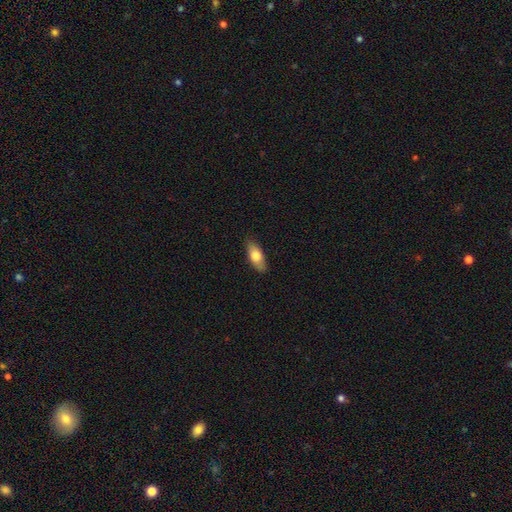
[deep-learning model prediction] smooth_or_featured: smooth (p=0.74) [alt: featured or disk p=0.20]
how_rounded: in between (p=0.82) [alt: cigar-shaped p=0.15]
merging: none (p=0.84) [alt: minor disturbance p=0.13]